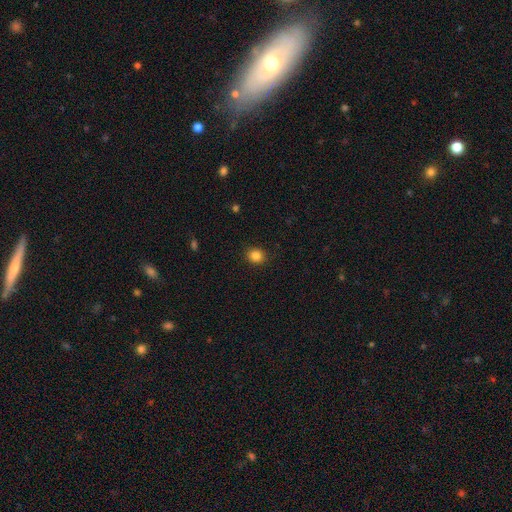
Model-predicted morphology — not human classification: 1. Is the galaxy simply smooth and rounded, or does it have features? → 85% smooth, 11% star or artifact, 4% featured or disk.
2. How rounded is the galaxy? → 74% round, 25% in between, 1% cigar-shaped.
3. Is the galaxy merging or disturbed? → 90% none, 7% minor disturbance, 2% major disturbance, 1% merger.